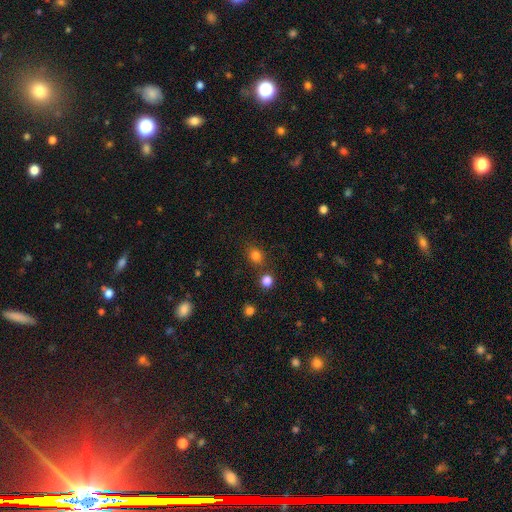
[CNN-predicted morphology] Smooth or featured? Predicted: smooth (p=0.80). How rounded? Predicted: round (p=0.69). Merging? Predicted: none (p=0.78).